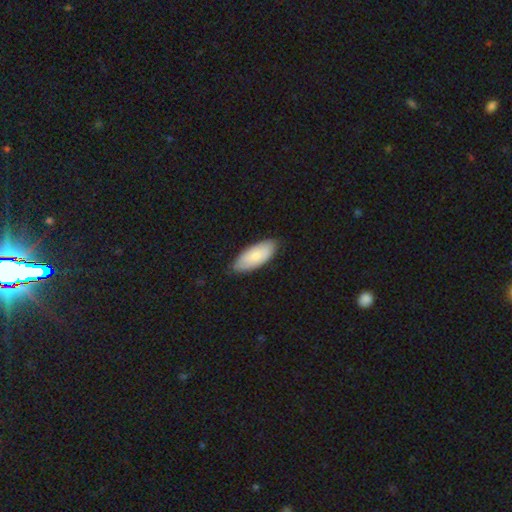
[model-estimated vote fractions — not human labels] Smooth or featured? Predicted: smooth (p=0.76). How rounded? Predicted: in between (p=0.85). Merging? Predicted: none (p=0.83).